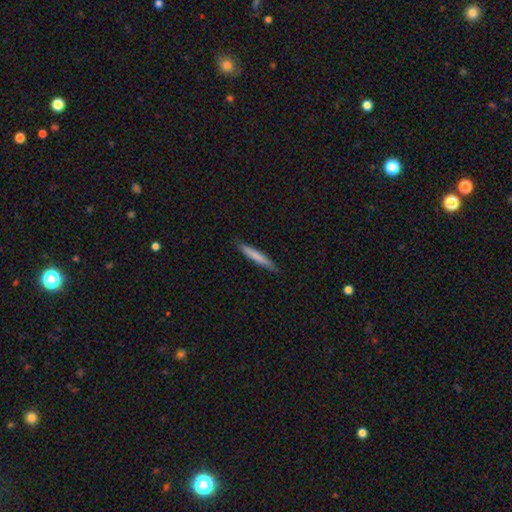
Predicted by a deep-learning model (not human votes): Overall: smooth (74%). How rounded: cigar-shaped (95%). Merging: none (89%).